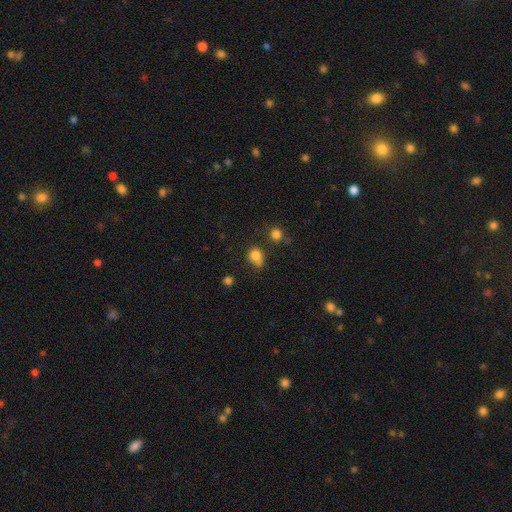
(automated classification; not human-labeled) The model was most divided on "merging": none: 48%, minor disturbance: 24%, merger: 18%, major disturbance: 10%. More confident: smooth or featured — smooth (79%); how rounded — round (68%).